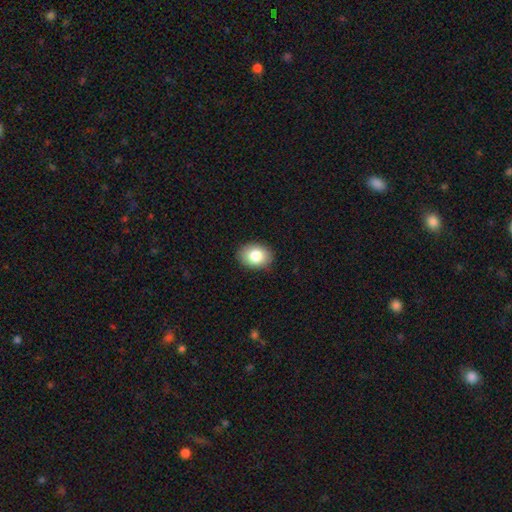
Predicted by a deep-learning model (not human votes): Smooth or featured? smooth (83%)
How rounded? in between (69%)
Merging? none (88%)